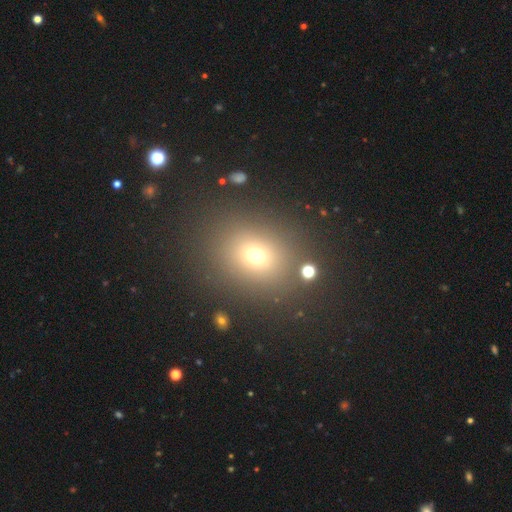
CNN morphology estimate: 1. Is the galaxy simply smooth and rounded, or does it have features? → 67% smooth, 22% star or artifact, 11% featured or disk.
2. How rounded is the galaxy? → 68% round, 31% in between, 1% cigar-shaped.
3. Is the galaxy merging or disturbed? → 83% none, 8% minor disturbance, 5% major disturbance, 4% merger.